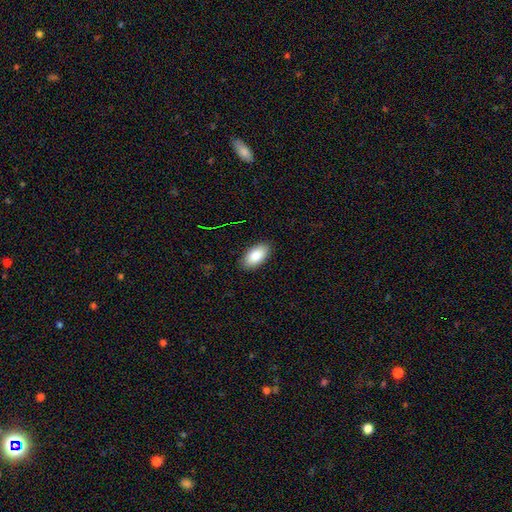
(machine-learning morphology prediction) smooth-or-featured: smooth: 84% | featured or disk: 9% | star or artifact: 7%
  how-rounded: in between: 95% | round: 3% | cigar-shaped: 3%
  merging: none: 89% | minor disturbance: 8% | major disturbance: 2% | merger: 1%